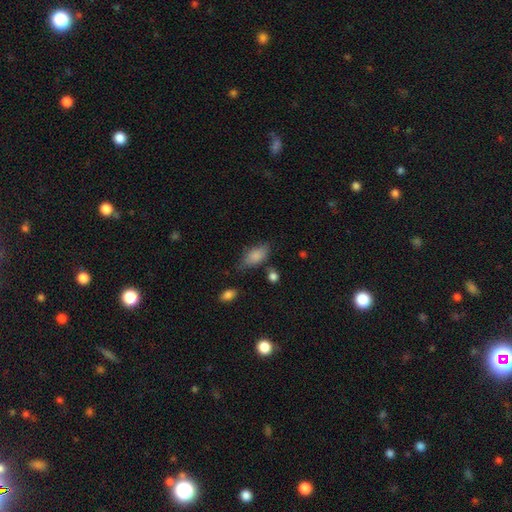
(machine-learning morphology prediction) This appears to be a smooth galaxy with no disk features (85%) that is in between round and cigar-shaped (90%). Merging: none (62%).